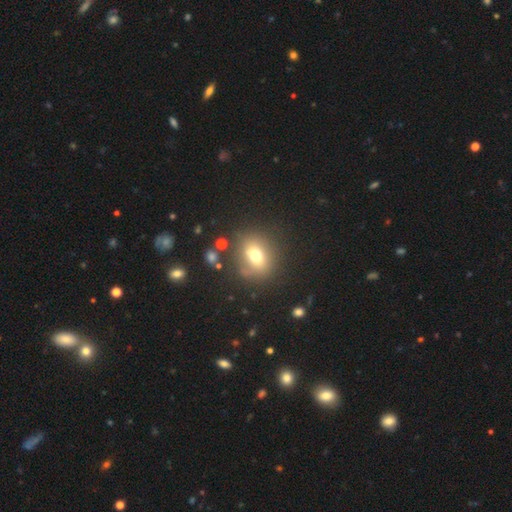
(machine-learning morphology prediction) A smooth galaxy with no disk features (67%) that is round (63%). Merging: none (72%).